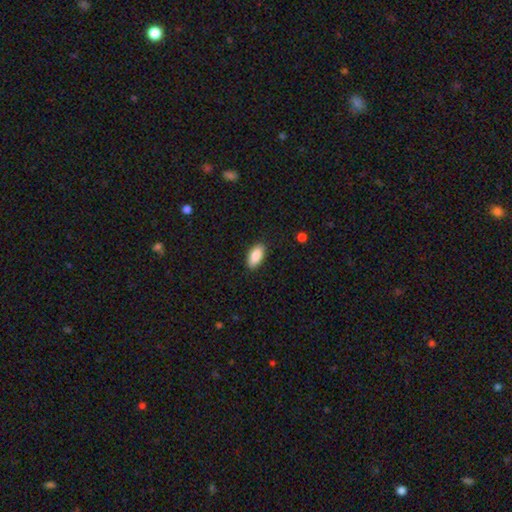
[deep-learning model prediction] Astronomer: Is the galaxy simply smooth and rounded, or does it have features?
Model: smooth — 88%.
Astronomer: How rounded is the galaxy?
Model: in between — 90%.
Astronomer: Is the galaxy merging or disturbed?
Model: none — 89%.